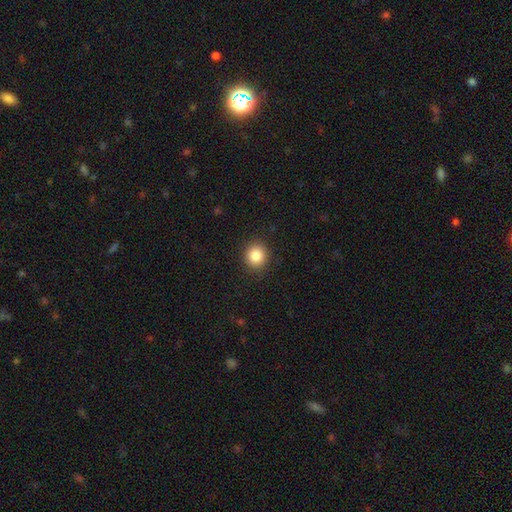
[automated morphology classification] Smooth or featured: smooth — 85% (star or artifact — 10%)
How rounded: round — 85% (in between — 14%)
Merging: none — 91% (minor disturbance — 6%)